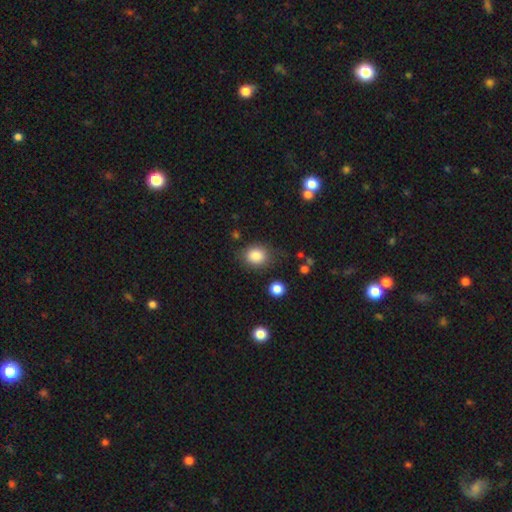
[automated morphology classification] This appears to be a smooth galaxy with no disk features (85%) that is round (60%). Merging: none (77%).